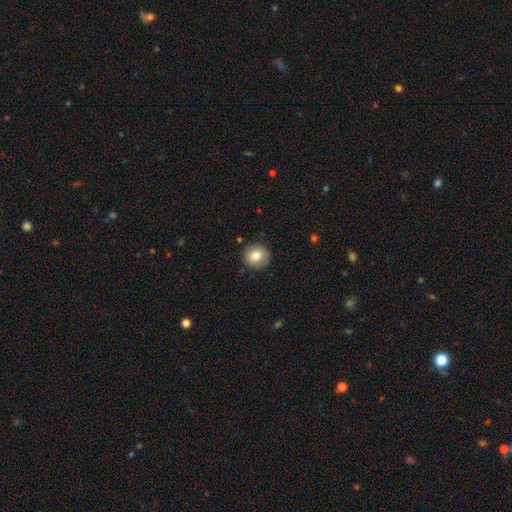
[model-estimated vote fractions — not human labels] Smooth or featured? smooth (82%)
How rounded? round (91%)
Merging? none (88%)